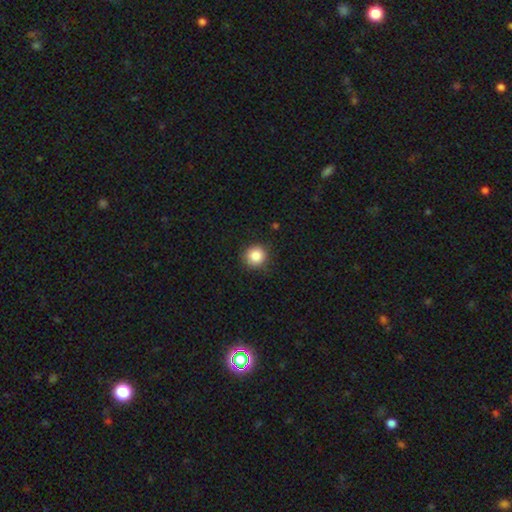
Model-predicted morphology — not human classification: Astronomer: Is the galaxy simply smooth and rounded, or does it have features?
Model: smooth — 87%.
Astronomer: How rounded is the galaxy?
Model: round — 93%.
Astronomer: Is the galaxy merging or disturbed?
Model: none — 89%.